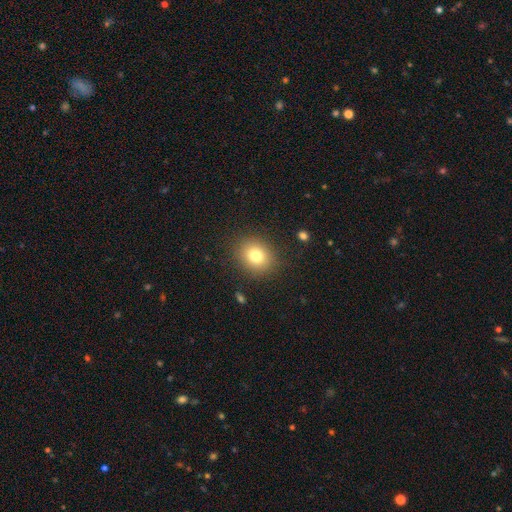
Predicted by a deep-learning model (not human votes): This appears to be a smooth galaxy with no disk features (78%) that is round (70%). Merging: none (87%).